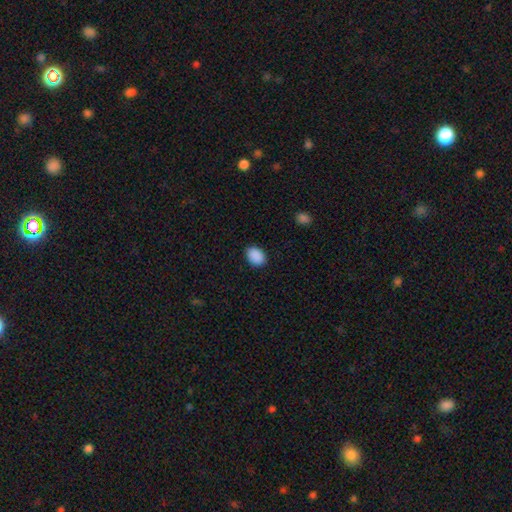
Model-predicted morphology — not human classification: This is clearly a smooth galaxy (90%). How rounded: likely in between (72%). Merging: clearly none (89%).